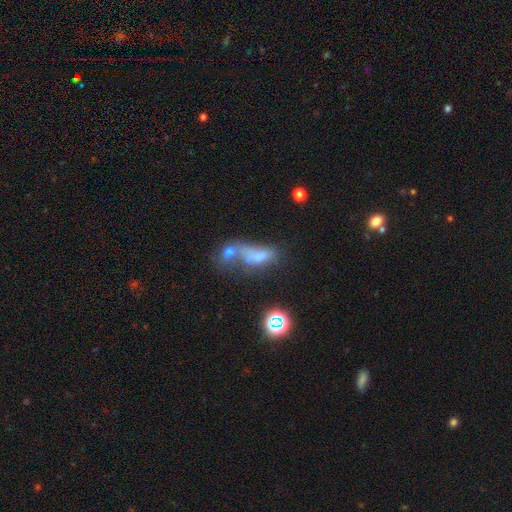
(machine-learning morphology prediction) A smooth galaxy with no disk features (54%) that is in between round and cigar-shaped (70%). Merging: merger (52%).